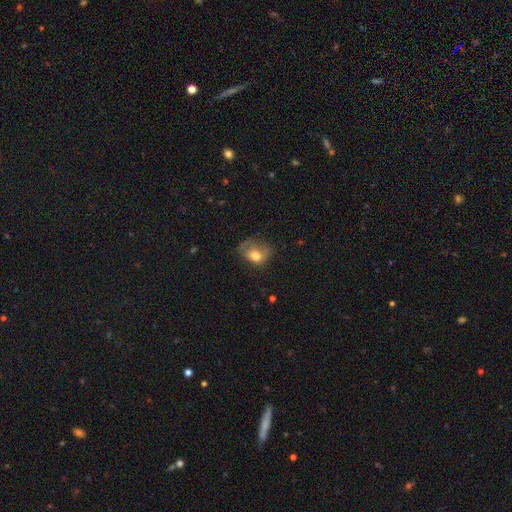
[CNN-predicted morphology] Smooth or featured? smooth (67%)
How rounded? in between (65%)
Merging? major disturbance (36%)